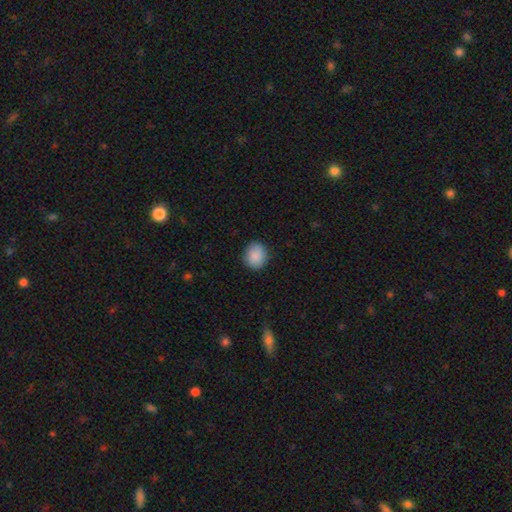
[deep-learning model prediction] smooth 88%, star or artifact 7%, featured or disk 4%. Down the decision tree: how rounded — round (70%); merging — none (87%).